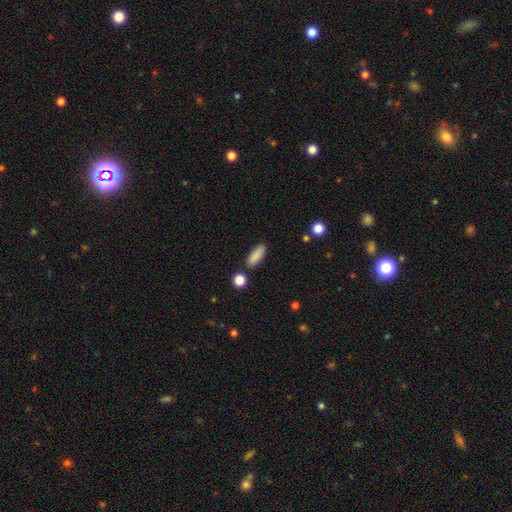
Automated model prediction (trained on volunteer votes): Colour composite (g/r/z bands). It shows a smooth galaxy with no disk features (88%) that is in between round and cigar-shaped (63%). Merging: none (85%).